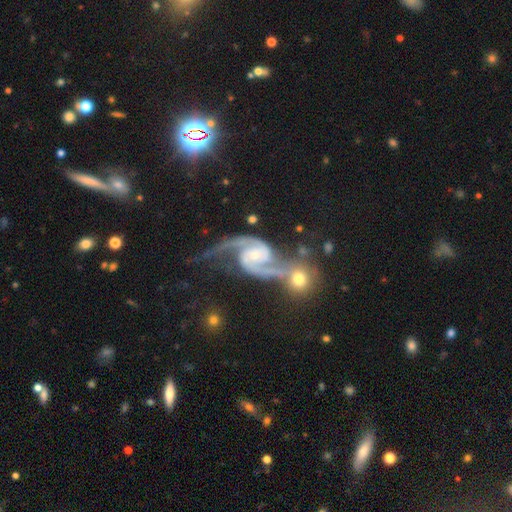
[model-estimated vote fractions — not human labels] smooth_or_featured: featured or disk (p=0.93) [alt: star or artifact p=0.04]
disk_edge_on: no (p=0.98) [alt: yes p=0.02]
bar: no (p=0.52) [alt: weak p=0.34]
has_spiral_arms: yes (p=0.98) [alt: no p=0.02]
spiral_winding: medium (p=0.53) [alt: loose p=0.32]
spiral_arm_count: 2 (p=0.93) [alt: 3 p=0.02]
bulge_size: small (p=0.64) [alt: moderate p=0.30]
merging: none (p=0.44) [alt: merger p=0.26]